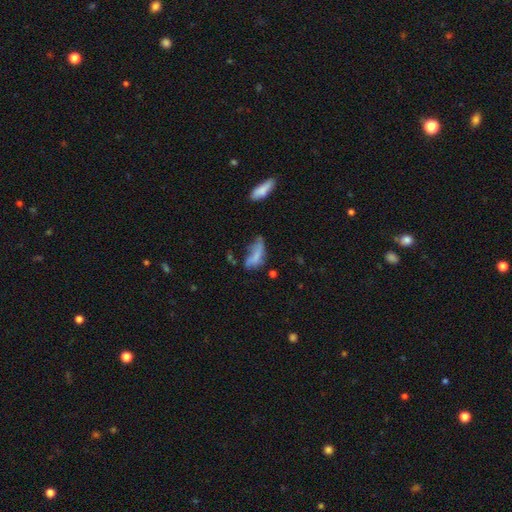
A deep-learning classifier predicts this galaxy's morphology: smooth 62%, featured or disk 27%, star or artifact 11%. Down the decision tree: how rounded — in between (76%); merging — major disturbance (33%).